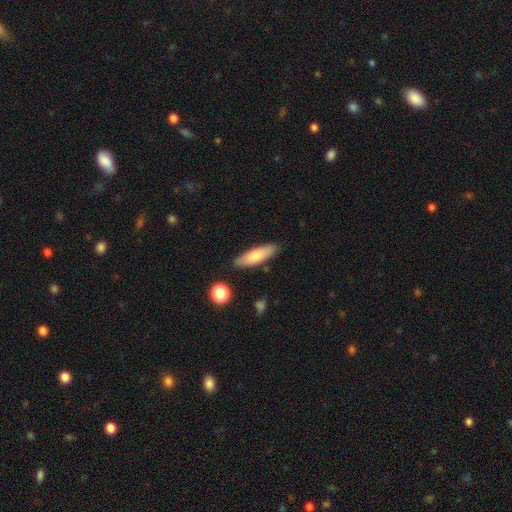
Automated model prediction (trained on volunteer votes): A smooth galaxy with no disk features (74%) that is cigar-shaped (51%). Merging: none (83%).